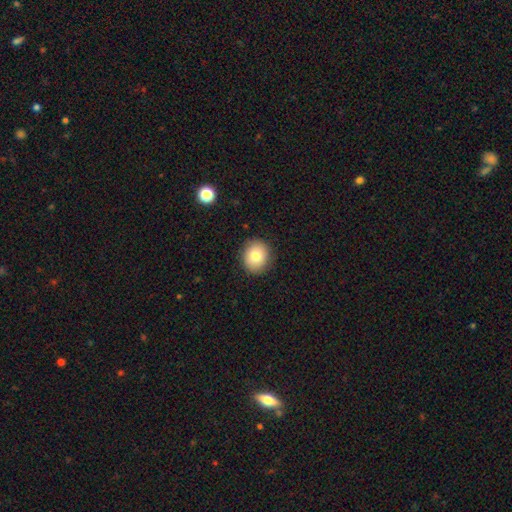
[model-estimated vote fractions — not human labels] Overall: smooth (79%). How rounded: round (75%). Merging: none (88%).